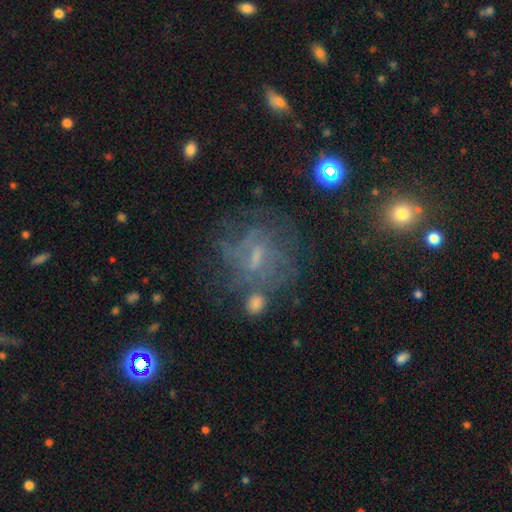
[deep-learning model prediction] Smooth or featured: featured or disk — 63% (smooth — 21%)
Edge-on disk: no — 96% (yes — 4%)
Bar: weak — 52% (no — 35%)
Spiral arms: yes — 59% (no — 41%)
Bulge size: small — 44% (none — 27%)
Merging: none — 54% (major disturbance — 22%)